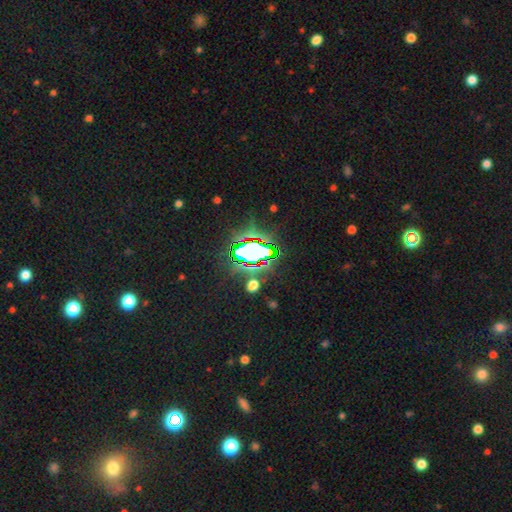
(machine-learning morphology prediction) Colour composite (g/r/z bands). It shows a star or artifact, not a galaxy (77%).